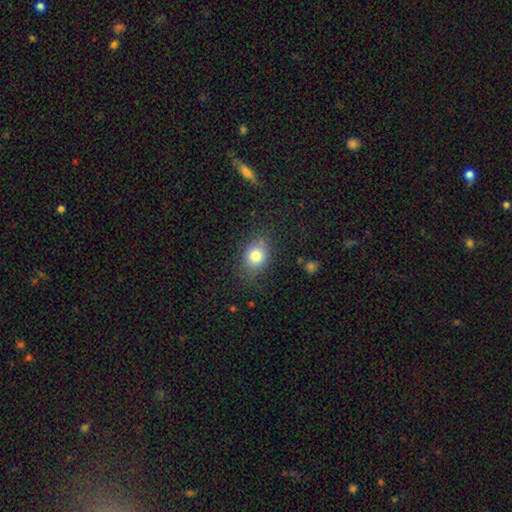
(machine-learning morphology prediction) Smooth or featured? smooth (79%)
How rounded? in between (53%)
Merging? none (77%)